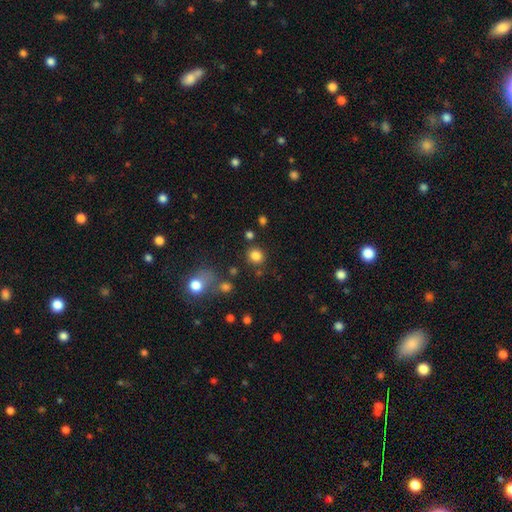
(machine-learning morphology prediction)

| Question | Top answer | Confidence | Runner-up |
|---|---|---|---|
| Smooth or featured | smooth | 82% | star or artifact (13%) |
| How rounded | round | 83% | in between (17%) |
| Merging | none | 81% | minor disturbance (9%) |